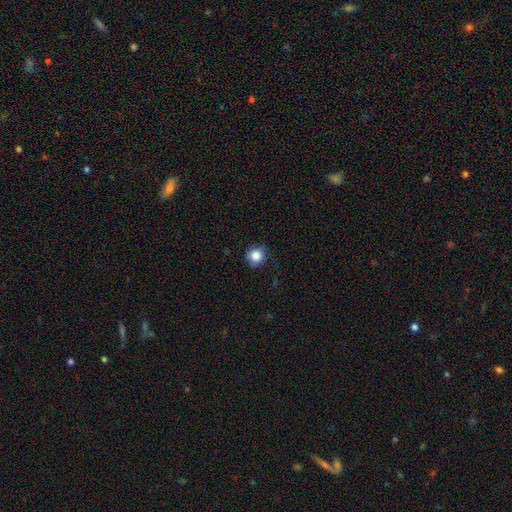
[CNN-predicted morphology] smooth_or_featured: smooth (p=0.85) [alt: star or artifact p=0.10]
how_rounded: round (p=0.90) [alt: in between p=0.09]
merging: none (p=0.81) [alt: minor disturbance p=0.15]